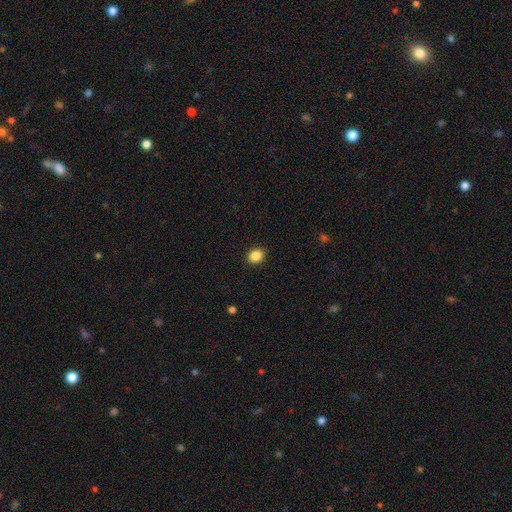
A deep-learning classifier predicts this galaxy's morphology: Smooth or featured? Predicted: smooth (p=0.87). How rounded? Predicted: round (p=0.62). Merging? Predicted: none (p=0.91).